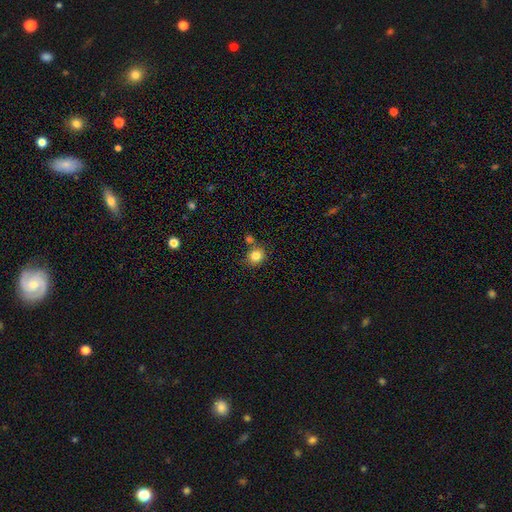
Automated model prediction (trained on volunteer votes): smooth-or-featured: smooth: 83% | star or artifact: 11% | featured or disk: 6%
  how-rounded: round: 80% | in between: 19% | cigar-shaped: 1%
  merging: none: 71% | merger: 14% | minor disturbance: 12% | major disturbance: 3%